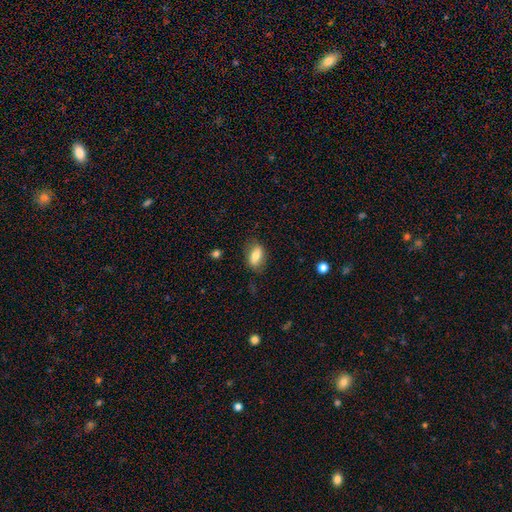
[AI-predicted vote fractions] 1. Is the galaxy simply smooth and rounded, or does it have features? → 74% smooth, 19% featured or disk, 7% star or artifact.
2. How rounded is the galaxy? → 83% in between, 10% cigar-shaped, 7% round.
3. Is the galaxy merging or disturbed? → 77% none, 17% minor disturbance, 5% major disturbance, 1% merger.